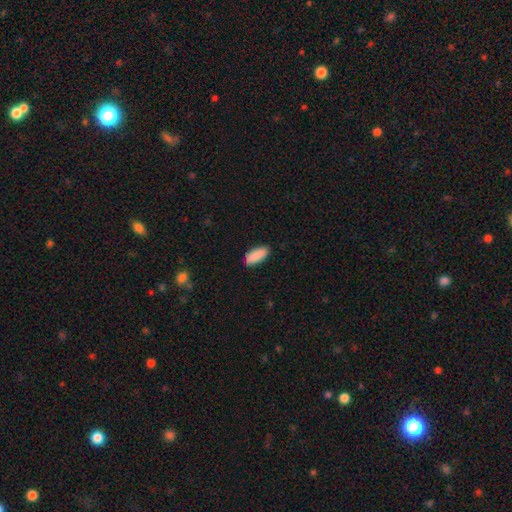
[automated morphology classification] Smooth or featured?
  - smooth: 90% *
  - star or artifact: 6%
  - featured or disk: 4%
How rounded?
  - in between: 84% *
  - cigar-shaped: 14%
  - round: 2%
Merging?
  - none: 86% *
  - minor disturbance: 11%
  - major disturbance: 2%
  - merger: 1%